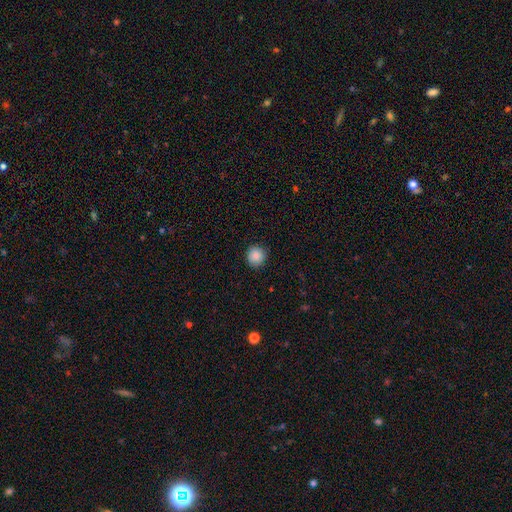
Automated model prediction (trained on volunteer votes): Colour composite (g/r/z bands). It shows a smooth galaxy with no disk features (88%) that is round (94%). Merging: none (90%).